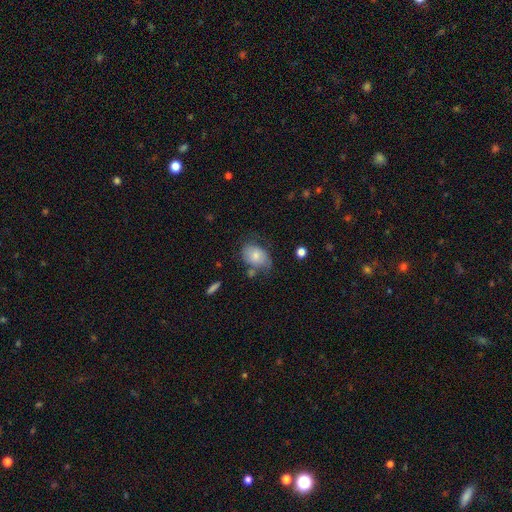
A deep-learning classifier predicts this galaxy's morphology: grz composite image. It shows a smooth galaxy with no disk features (69%) that is in between round and cigar-shaped (80%). Merging: none (45%).